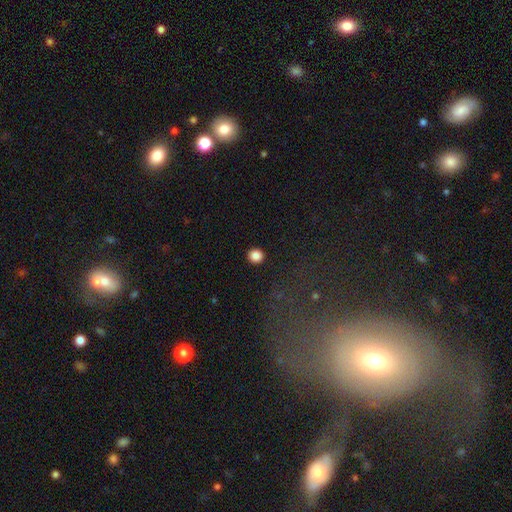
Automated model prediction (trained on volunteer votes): Smooth or featured? Predicted: smooth (p=0.86). How rounded? Predicted: round (p=0.92). Merging? Predicted: none (p=0.92).